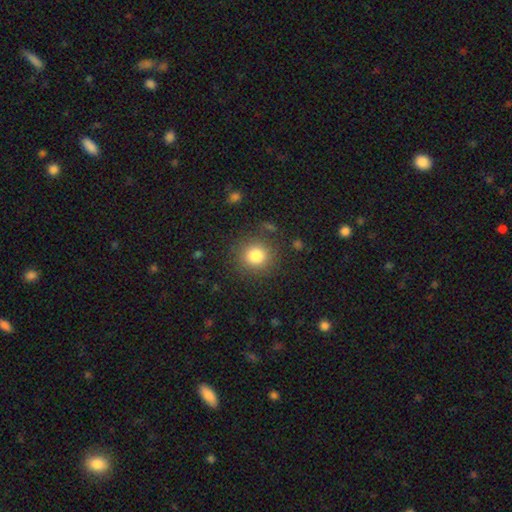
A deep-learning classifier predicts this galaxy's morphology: Smooth or featured? Predicted: smooth (p=0.81). How rounded? Predicted: round (p=0.90). Merging? Predicted: none (p=0.86).